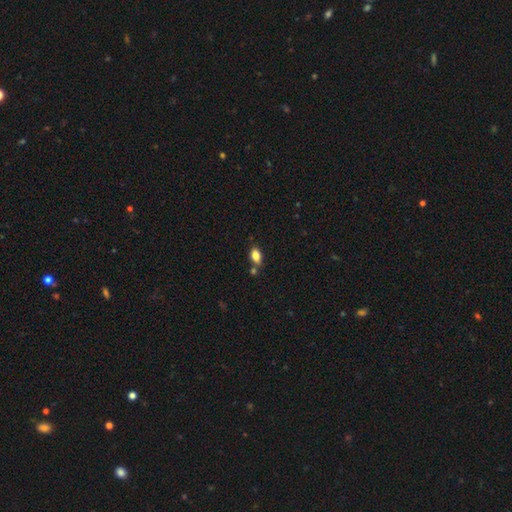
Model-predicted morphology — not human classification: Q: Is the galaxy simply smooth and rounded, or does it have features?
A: smooth — 84%.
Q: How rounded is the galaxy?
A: in between — 89%.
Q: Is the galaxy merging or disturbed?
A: none — 71%.